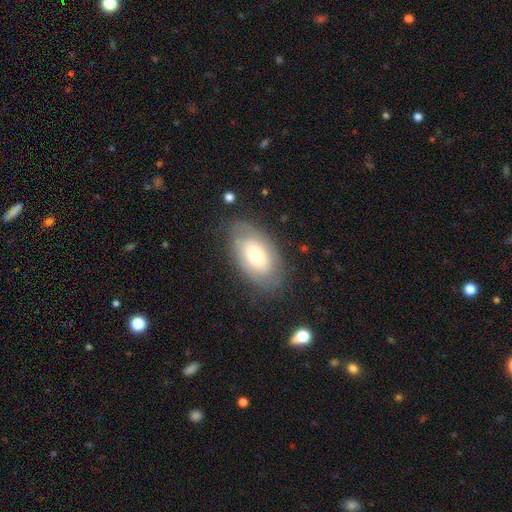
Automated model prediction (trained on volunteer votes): This appears to be a smooth galaxy with no disk features (53%) that is in between round and cigar-shaped (92%). Merging: none (76%).